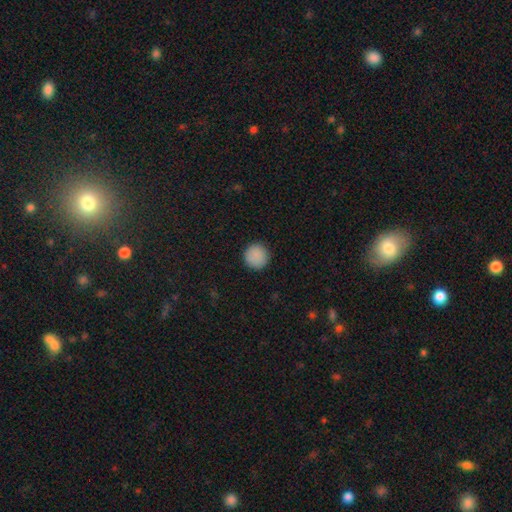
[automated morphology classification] The model was most divided on "smooth or featured": smooth: 89%, star or artifact: 8%, featured or disk: 3%. More confident: how rounded — round (95%); merging — none (92%).